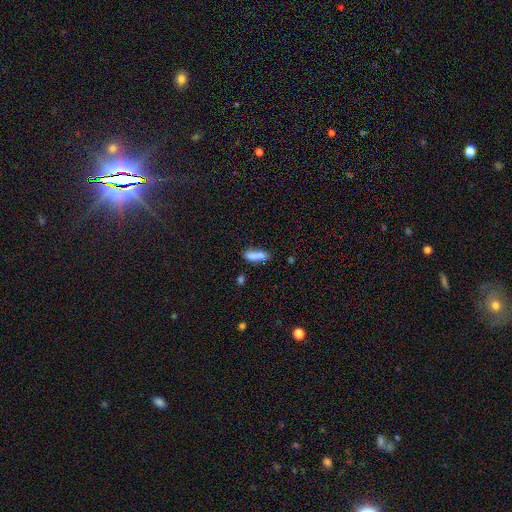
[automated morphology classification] smooth-or-featured: smooth: 83% | featured or disk: 9% | star or artifact: 8%
  how-rounded: cigar-shaped: 50% | in between: 48% | round: 2%
  merging: none: 64% | minor disturbance: 20% | merger: 10% | major disturbance: 6%